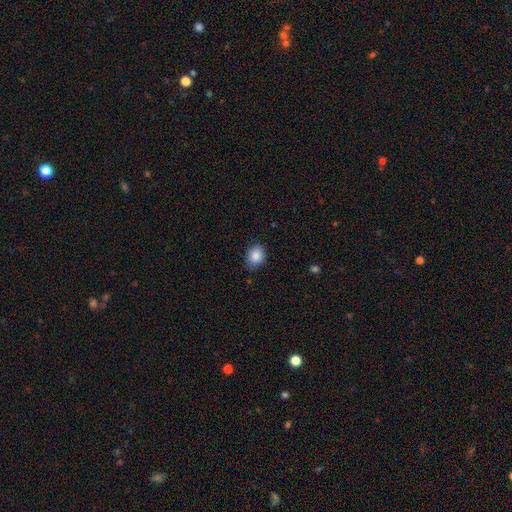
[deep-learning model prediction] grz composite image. It shows a smooth galaxy with no disk features (87%) that is round (52%). Merging: none (80%).